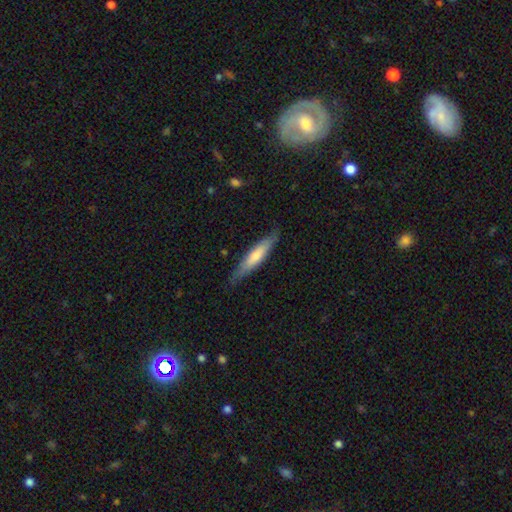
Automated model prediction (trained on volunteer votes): Smooth or featured? smooth (65%)
How rounded? cigar-shaped (85%)
Merging? none (82%)